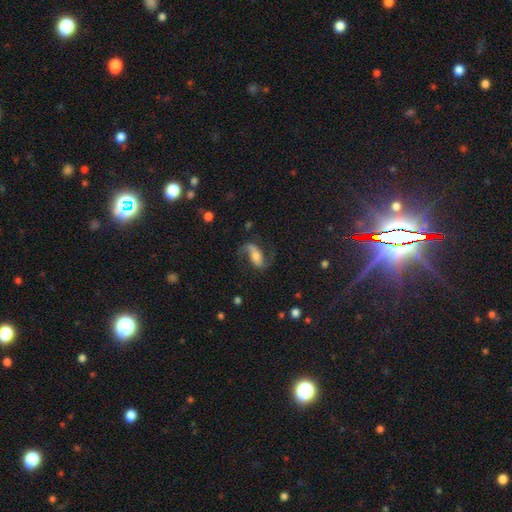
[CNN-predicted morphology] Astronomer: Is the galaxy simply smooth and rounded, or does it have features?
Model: featured or disk — 77%.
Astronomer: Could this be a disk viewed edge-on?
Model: no — 94%.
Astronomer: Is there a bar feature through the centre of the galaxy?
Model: strong — 38% (runner-up: weak, 33%).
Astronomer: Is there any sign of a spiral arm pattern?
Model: yes — 95%.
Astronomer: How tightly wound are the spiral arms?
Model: loose — 58% (runner-up: medium, 34%).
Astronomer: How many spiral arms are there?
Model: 2 — 91%.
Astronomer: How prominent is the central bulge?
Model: moderate — 50% (runner-up: small, 30%).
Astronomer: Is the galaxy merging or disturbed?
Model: none — 71%.